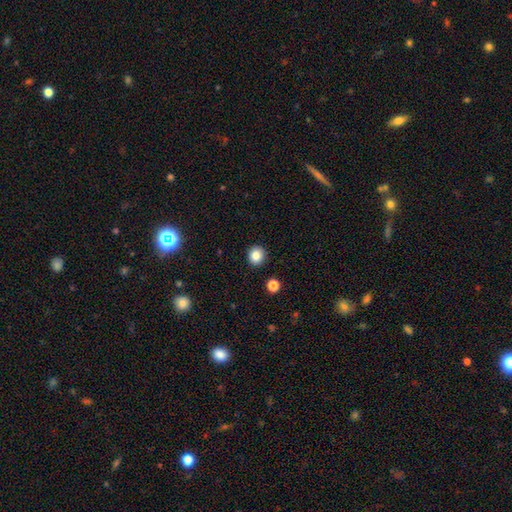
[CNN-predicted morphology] A smooth galaxy with no disk features (84%) that is round (88%). Merging: none (92%).